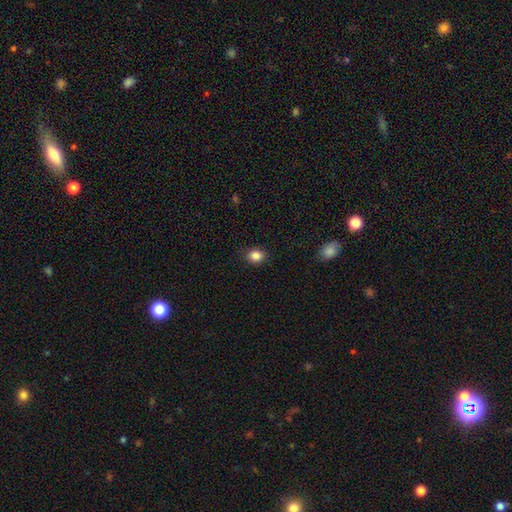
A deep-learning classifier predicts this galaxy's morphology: Smooth or featured? Predicted: smooth (p=0.86). How rounded? Predicted: round (p=0.53). Merging? Predicted: none (p=0.88).